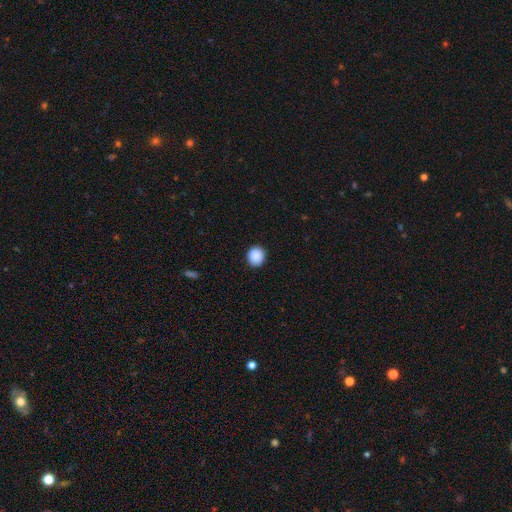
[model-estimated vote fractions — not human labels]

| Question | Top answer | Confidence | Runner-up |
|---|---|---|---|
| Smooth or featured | smooth | 90% | star or artifact (8%) |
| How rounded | round | 83% | in between (16%) |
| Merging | none | 91% | minor disturbance (7%) |